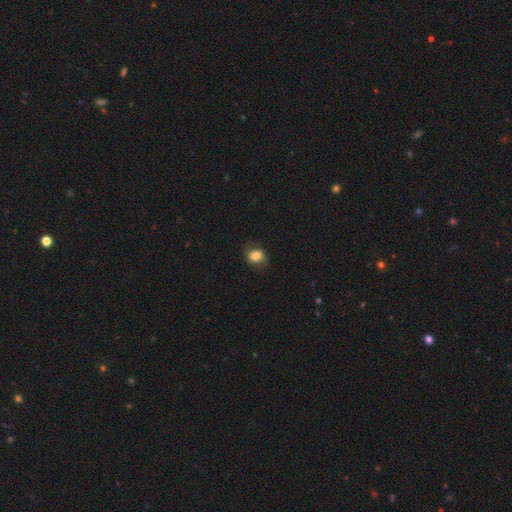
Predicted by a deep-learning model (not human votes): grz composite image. It shows a smooth galaxy with no disk features (79%) that is round (55%). Merging: none (74%).